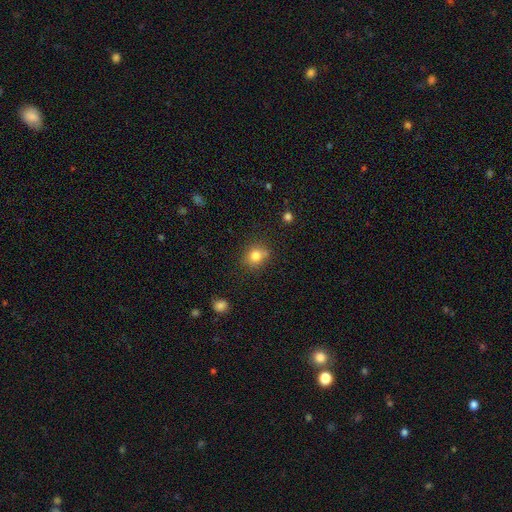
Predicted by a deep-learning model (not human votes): Smooth or featured: smooth — 80% (star or artifact — 12%)
How rounded: round — 72% (in between — 27%)
Merging: none — 73% (minor disturbance — 15%)